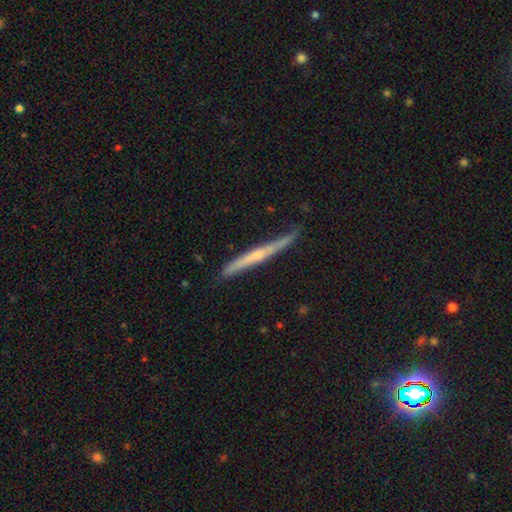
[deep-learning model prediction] Overall: featured or disk (64%; smooth 31%). Edge-on disk: yes (95%). Edge-on bulge: rounded (49%; none 45%). Merging: none (74%).